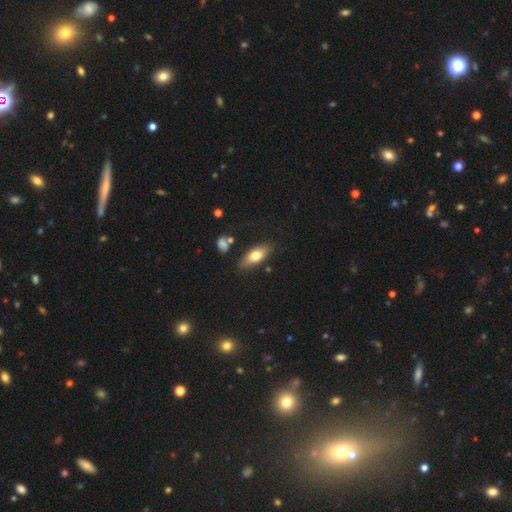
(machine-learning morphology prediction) Smooth or featured?
  - smooth: 71% *
  - featured or disk: 23%
  - star or artifact: 7%
How rounded?
  - in between: 78% *
  - cigar-shaped: 18%
  - round: 4%
Merging?
  - none: 80% *
  - minor disturbance: 13%
  - merger: 4%
  - major disturbance: 3%